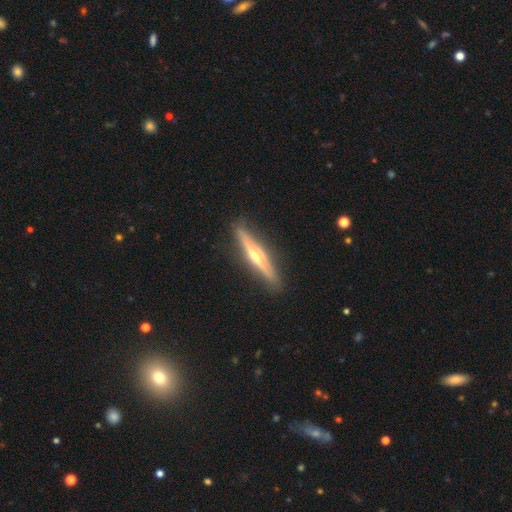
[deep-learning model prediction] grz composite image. It shows a featured or disk galaxy (71%) viewed edge-on (95%) with a rounded central bulge (78%). Merging: none (88%).